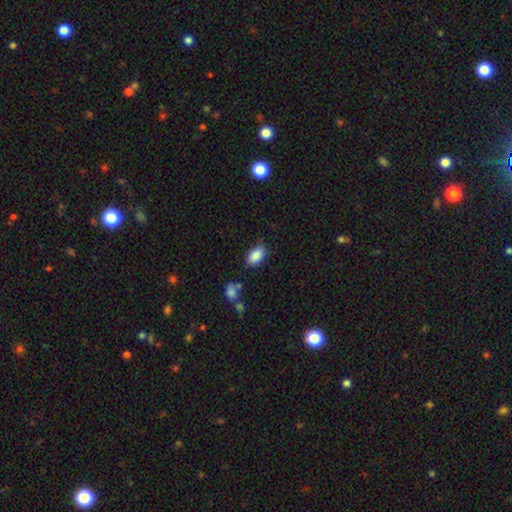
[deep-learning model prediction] Smooth or featured: smooth — 87% (star or artifact — 8%)
How rounded: in between — 92% (round — 6%)
Merging: none — 74% (minor disturbance — 19%)